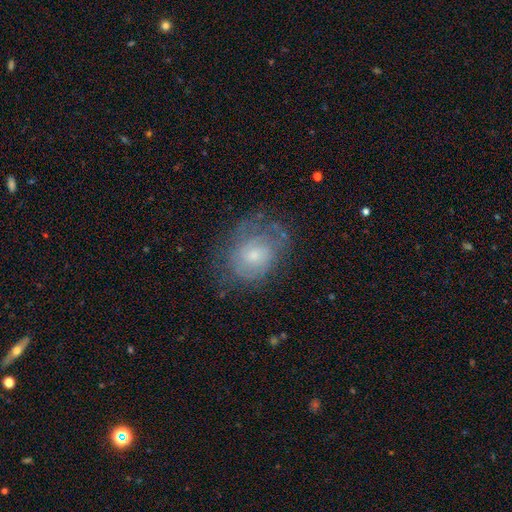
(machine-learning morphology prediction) smooth_or_featured: featured or disk (p=0.56) [alt: smooth p=0.32]
disk_edge_on: no (p=0.96) [alt: yes p=0.04]
bar: no (p=0.76) [alt: weak p=0.21]
has_spiral_arms: yes (p=0.71) [alt: no p=0.29]
bulge_size: small (p=0.56) [alt: moderate p=0.36]
merging: none (p=0.64) [alt: minor disturbance p=0.22]